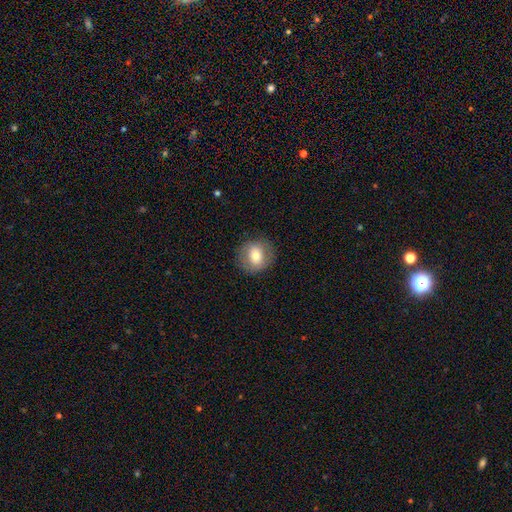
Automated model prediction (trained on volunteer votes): Smooth or featured?
  - smooth: 68% *
  - featured or disk: 24%
  - star or artifact: 8%
How rounded?
  - round: 81% *
  - in between: 18%
  - cigar-shaped: 1%
Merging?
  - none: 85% *
  - minor disturbance: 10%
  - major disturbance: 4%
  - merger: 1%